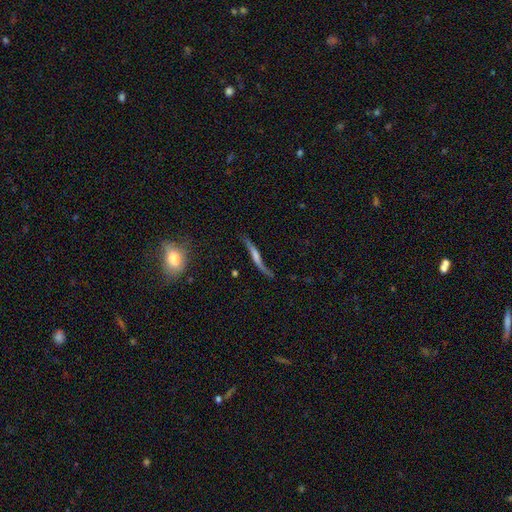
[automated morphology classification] Q: Smooth or featured?
A: featured or disk (63%); runner-up: smooth (29%)
Q: Edge-on disk?
A: yes (59%); runner-up: no (41%)
Q: Merging?
A: none (53%); runner-up: minor disturbance (24%)